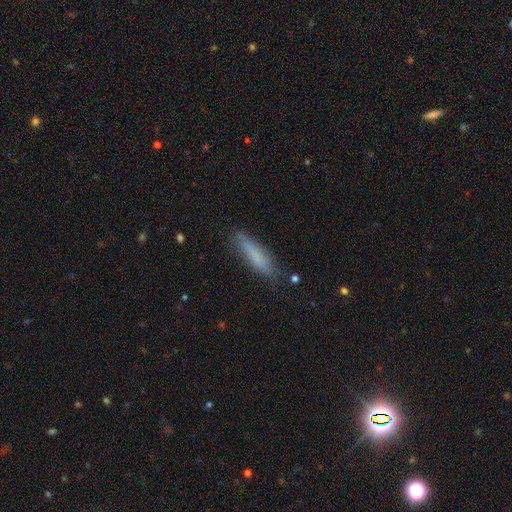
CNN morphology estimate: A smooth galaxy with no disk features (76%) that is cigar-shaped (80%). Merging: none (80%).